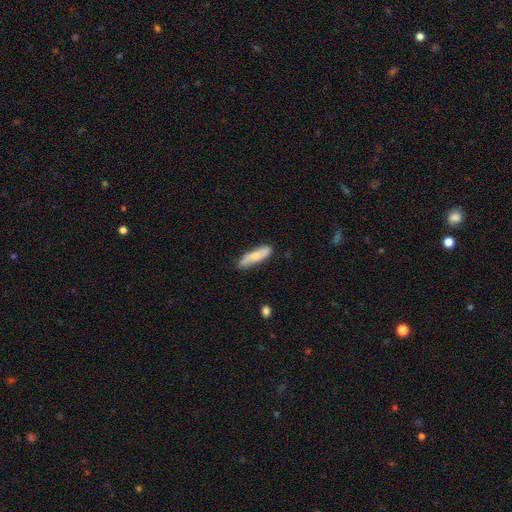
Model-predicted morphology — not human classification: smooth-or-featured: smooth: 65% | featured or disk: 30% | star or artifact: 5%
  how-rounded: cigar-shaped: 67% | in between: 31% | round: 2%
  merging: none: 82% | minor disturbance: 14% | major disturbance: 2% | merger: 2%